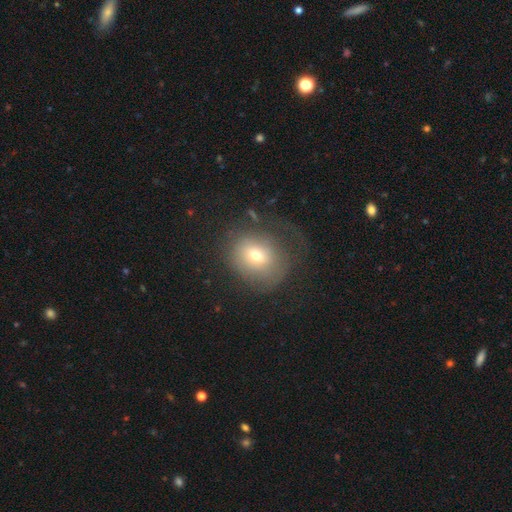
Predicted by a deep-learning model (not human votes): smooth_or_featured: smooth (p=0.64) [alt: featured or disk p=0.24]
how_rounded: round (p=0.71) [alt: in between p=0.28]
merging: none (p=0.47) [alt: major disturbance p=0.29]